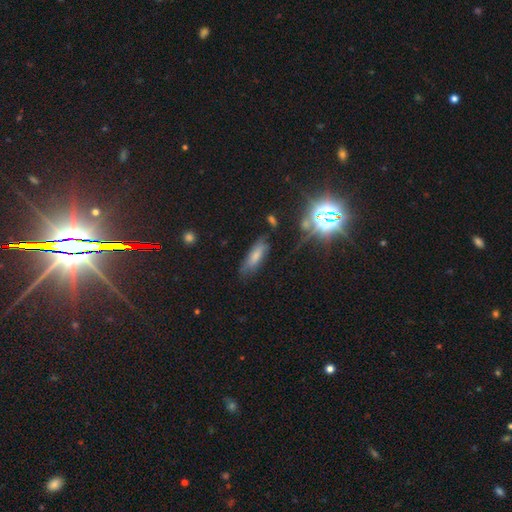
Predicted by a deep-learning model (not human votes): smooth 66%, featured or disk 19%, star or artifact 14%. Down the decision tree: how rounded — in between (56%); merging — none (69%).